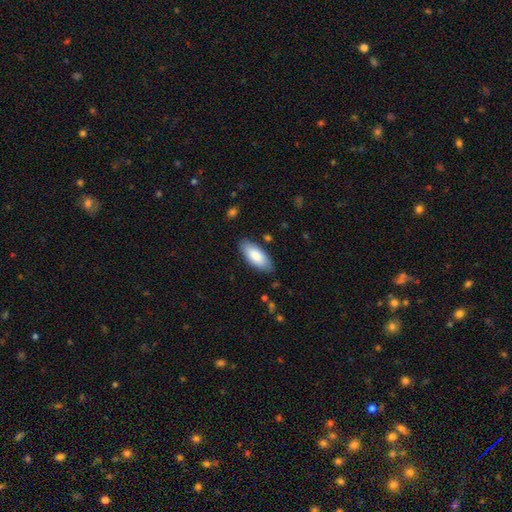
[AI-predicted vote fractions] Q: Smooth or featured?
A: smooth (85%); runner-up: featured or disk (10%)
Q: How rounded?
A: in between (86%); runner-up: cigar-shaped (12%)
Q: Merging?
A: none (85%); runner-up: minor disturbance (12%)